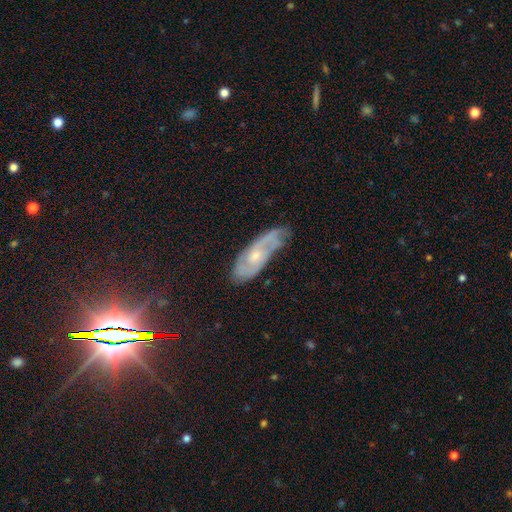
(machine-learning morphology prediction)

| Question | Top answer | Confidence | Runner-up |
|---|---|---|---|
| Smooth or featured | featured or disk | 75% | smooth (17%) |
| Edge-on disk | no | 86% | yes (14%) |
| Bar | no | 70% | weak (25%) |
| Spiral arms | yes | 91% | no (9%) |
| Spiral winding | tight | 47% | medium (39%) |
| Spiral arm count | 2 | 45% | can't tell (32%) |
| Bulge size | small | 57% | moderate (39%) |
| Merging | none | 62% | minor disturbance (28%) |